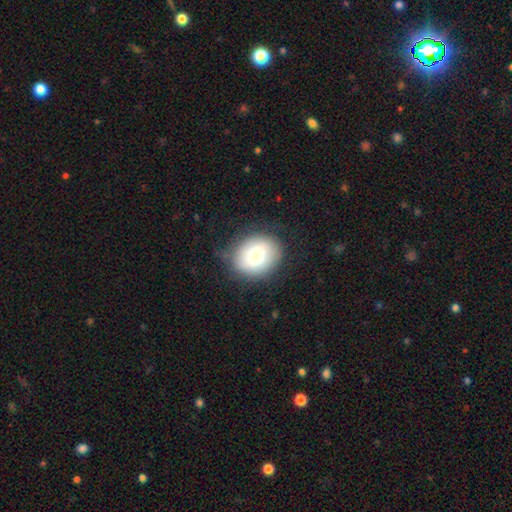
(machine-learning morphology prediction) smooth 74%, featured or disk 17%, star or artifact 9%. Down the decision tree: how rounded — round (62%); merging — none (76%).